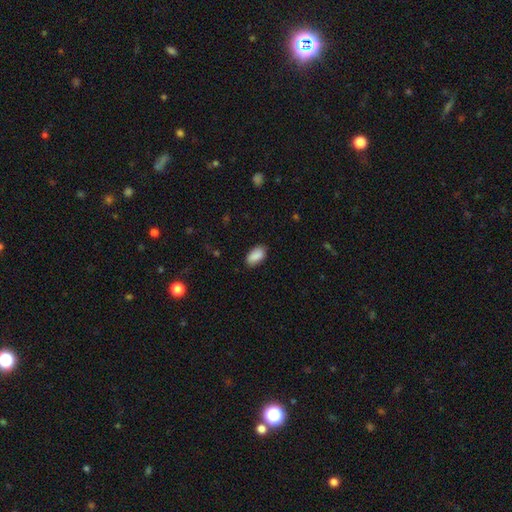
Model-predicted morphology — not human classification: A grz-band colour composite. It shows a smooth galaxy with no disk features (89%) that is in between round and cigar-shaped (94%). Merging: none (84%).